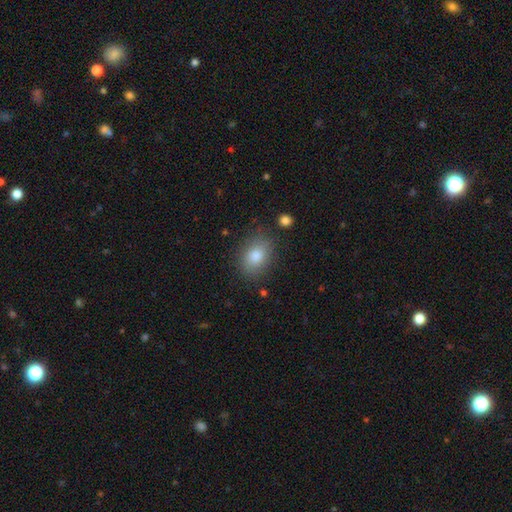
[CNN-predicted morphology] Overall: smooth (82%). How rounded: in between (74%). Merging: none (83%).